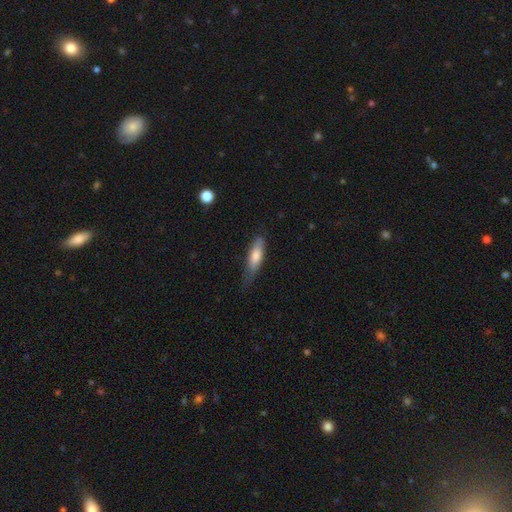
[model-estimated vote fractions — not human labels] Smooth or featured?
  - smooth: 71% *
  - featured or disk: 23%
  - star or artifact: 6%
How rounded?
  - cigar-shaped: 55% *
  - in between: 43%
  - round: 2%
Merging?
  - none: 58% *
  - minor disturbance: 32%
  - major disturbance: 8%
  - merger: 2%